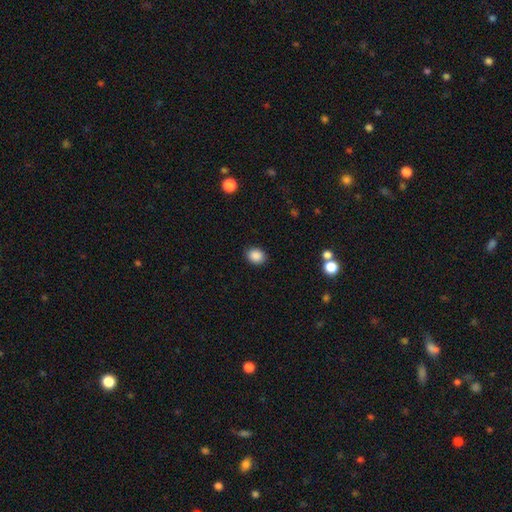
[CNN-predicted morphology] Smooth or featured: smooth — 88% (star or artifact — 9%)
How rounded: round — 53% (in between — 46%)
Merging: none — 88% (minor disturbance — 9%)